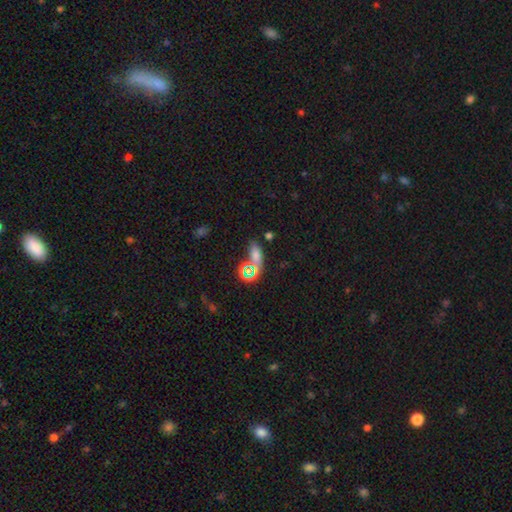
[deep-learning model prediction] Smooth or featured: smooth — 60% (star or artifact — 30%)
How rounded: in between — 69% (cigar-shaped — 17%)
Merging: none — 61% (merger — 16%)